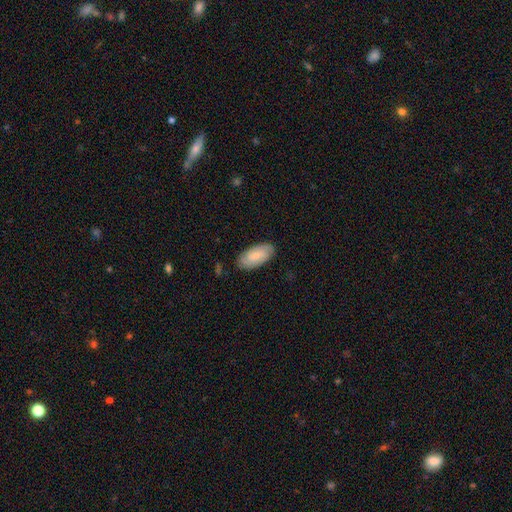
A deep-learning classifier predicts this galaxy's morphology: The model was most divided on "smooth or featured": smooth: 58%, featured or disk: 36%, star or artifact: 6%. More confident: how rounded — in between (93%); merging — none (84%).